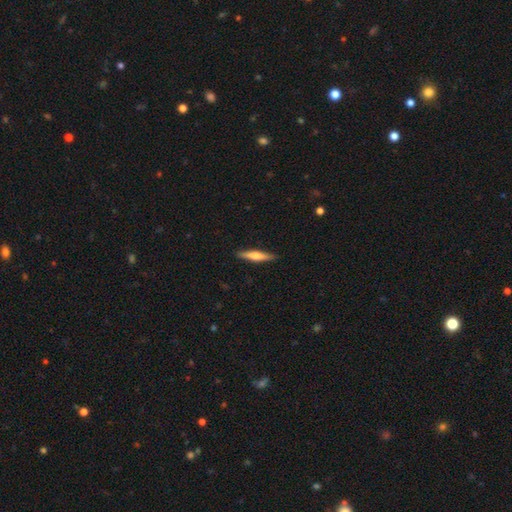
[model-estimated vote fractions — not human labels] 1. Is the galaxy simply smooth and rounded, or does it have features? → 51% smooth, 43% featured or disk, 6% star or artifact.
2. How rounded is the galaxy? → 88% cigar-shaped, 10% in between, 2% round.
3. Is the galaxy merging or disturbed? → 90% none, 7% minor disturbance, 2% major disturbance, 1% merger.